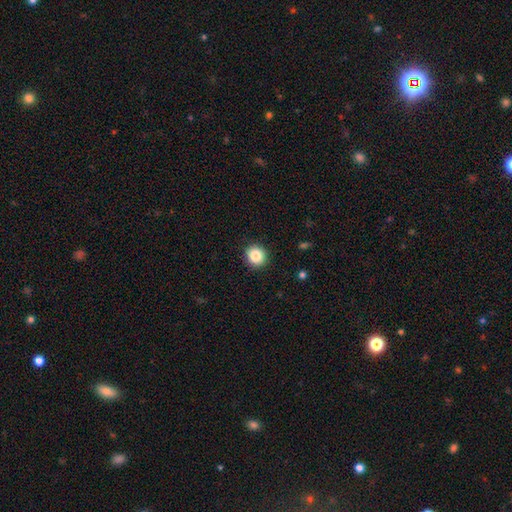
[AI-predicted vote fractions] A smooth galaxy with no disk features (86%) that is round (88%).

Vote fractions:
- Smooth or featured? smooth: 86% / star or artifact: 9% / featured or disk: 5%
- How rounded? round: 88% / in between: 11% / cigar-shaped: 1%
- Merging? none: 91% / minor disturbance: 6% / major disturbance: 2% / merger: 1%